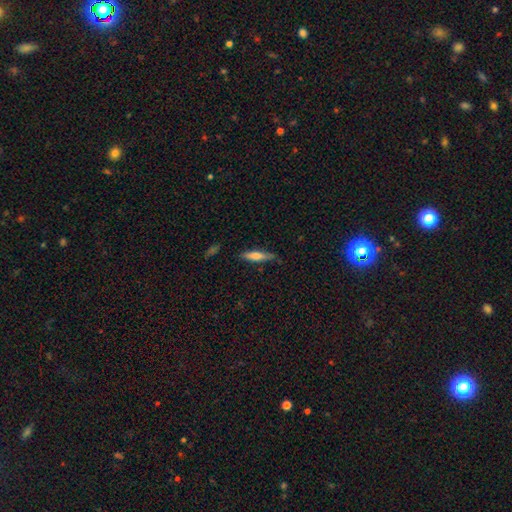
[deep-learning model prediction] Morphology: type=smooth (66%); roundness=cigar-shaped (81%); merging=none (79%).